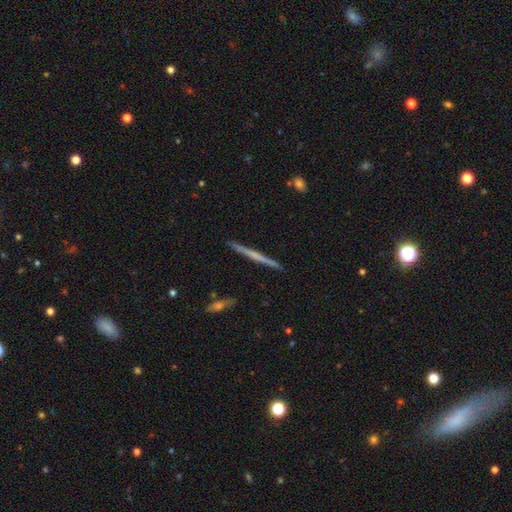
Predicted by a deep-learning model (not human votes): featured or disk 59%, smooth 35%, star or artifact 6%. Down the decision tree: edge-on disk — yes (98%); edge-on bulge — none (72%); merging — none (91%).